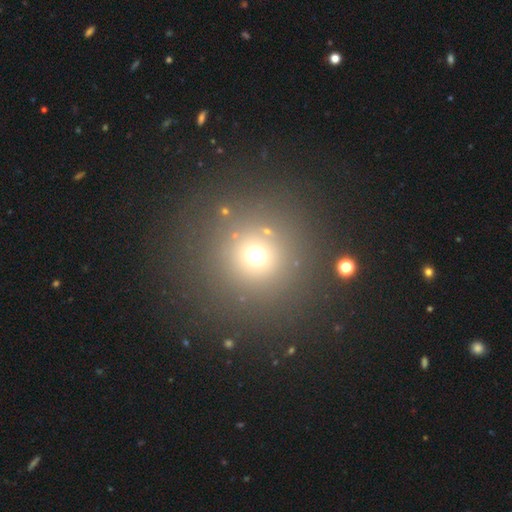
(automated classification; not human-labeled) Smooth or featured: smooth — 67% (star or artifact — 24%)
How rounded: round — 95% (in between — 4%)
Merging: none — 84% (minor disturbance — 7%)